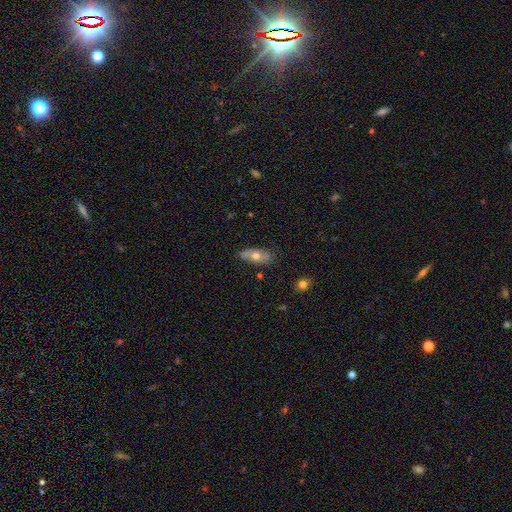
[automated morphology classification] Smooth or featured: smooth — 58% (featured or disk — 35%)
How rounded: in between — 83% (cigar-shaped — 12%)
Merging: none — 77% (minor disturbance — 18%)